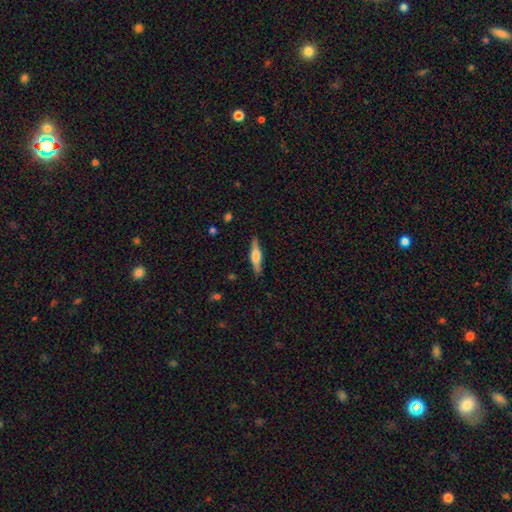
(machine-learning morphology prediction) Smooth or featured? featured or disk (53%)
Edge-on disk? yes (96%)
Edge-on bulge? rounded (71%)
Merging? none (88%)